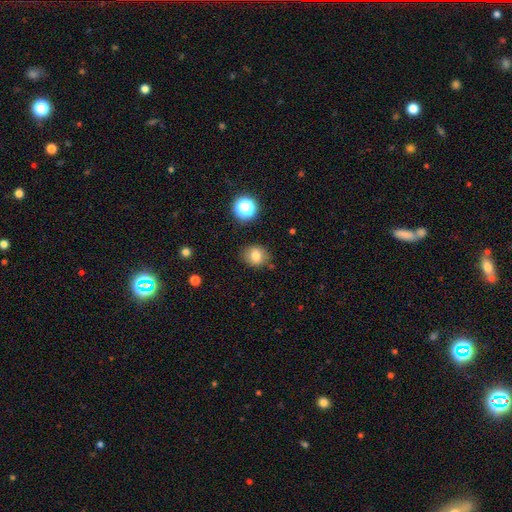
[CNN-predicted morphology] Overall: smooth (78%). How rounded: round (71%). Merging: none (81%).